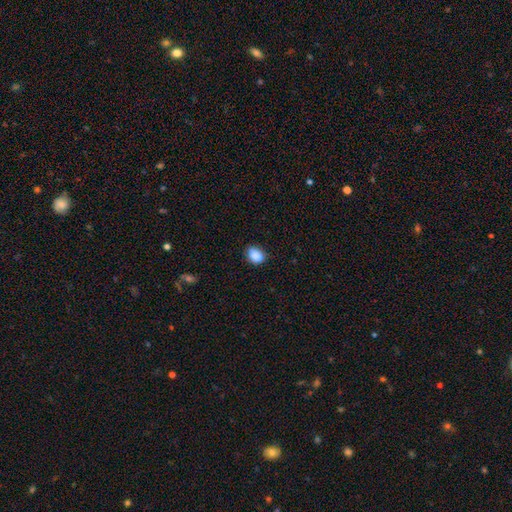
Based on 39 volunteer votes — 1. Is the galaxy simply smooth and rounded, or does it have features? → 85% smooth, 10% star or artifact, 5% featured or disk.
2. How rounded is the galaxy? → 73% in between, 27% round, 0% cigar-shaped.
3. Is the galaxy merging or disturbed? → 74% none, 26% minor disturbance, 0% major disturbance, 0% merger.